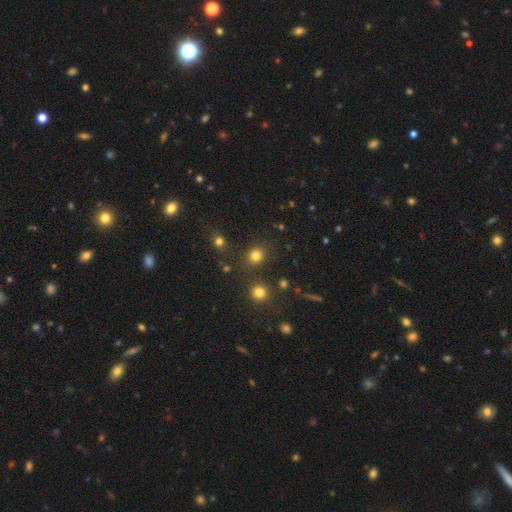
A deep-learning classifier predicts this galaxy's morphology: This appears to be a smooth galaxy with no disk features (78%) that is round (80%). Merging: none (80%).